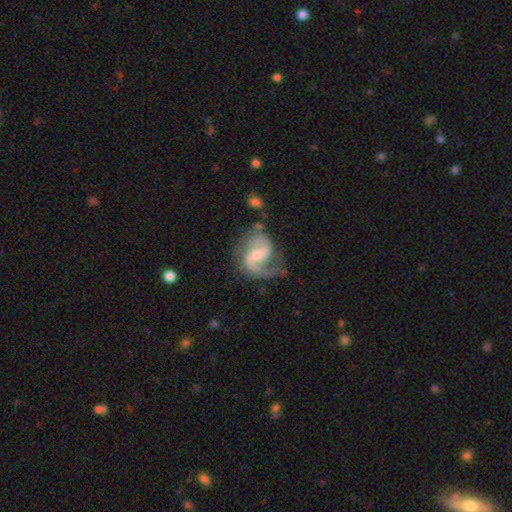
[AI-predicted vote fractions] A featured or disk galaxy (87%) with a weak bar (52%), 2 (76%) medium (52%) spiral arms (96%) and a small central bulge (47%). Merging: none (58%).